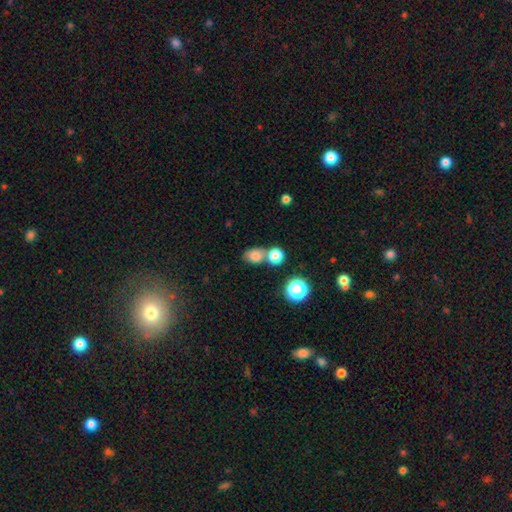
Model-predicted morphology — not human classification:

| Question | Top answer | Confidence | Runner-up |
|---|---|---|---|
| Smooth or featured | smooth | 79% | star or artifact (13%) |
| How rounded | in between | 59% | round (40%) |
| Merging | none | 52% | merger (33%) |